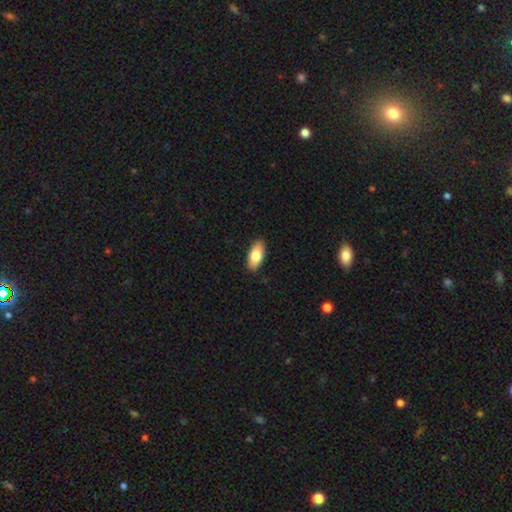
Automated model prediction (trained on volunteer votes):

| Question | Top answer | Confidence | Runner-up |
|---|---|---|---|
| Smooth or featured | smooth | 80% | featured or disk (14%) |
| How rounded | in between | 88% | cigar-shaped (9%) |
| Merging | none | 89% | minor disturbance (9%) |